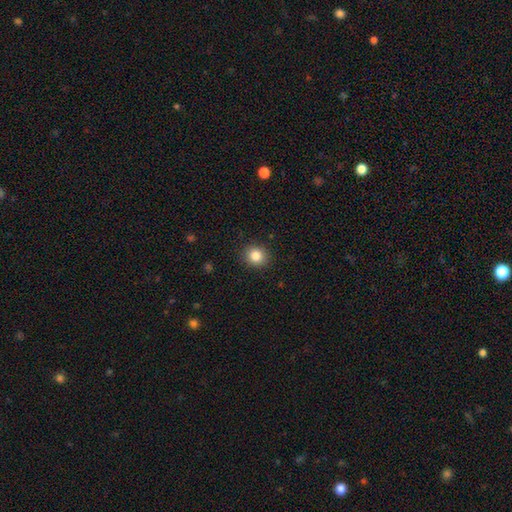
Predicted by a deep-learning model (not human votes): Smooth or featured?
  - smooth: 85% *
  - star or artifact: 10%
  - featured or disk: 5%
How rounded?
  - round: 85% *
  - in between: 15%
  - cigar-shaped: 1%
Merging?
  - none: 90% *
  - minor disturbance: 7%
  - major disturbance: 2%
  - merger: 1%